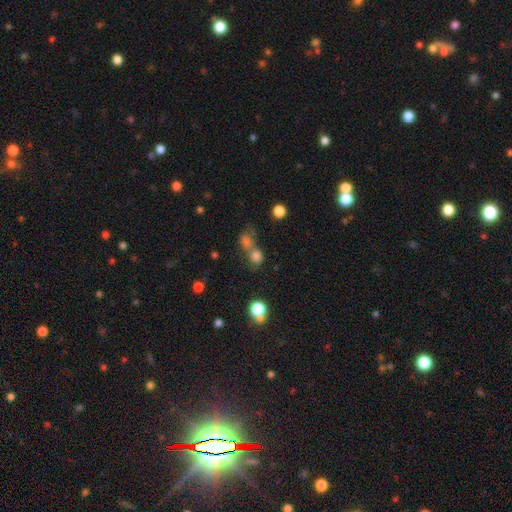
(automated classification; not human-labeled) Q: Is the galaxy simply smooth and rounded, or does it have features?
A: smooth — 74%.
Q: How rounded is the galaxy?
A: round — 71%.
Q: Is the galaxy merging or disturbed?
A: merger — 55%.